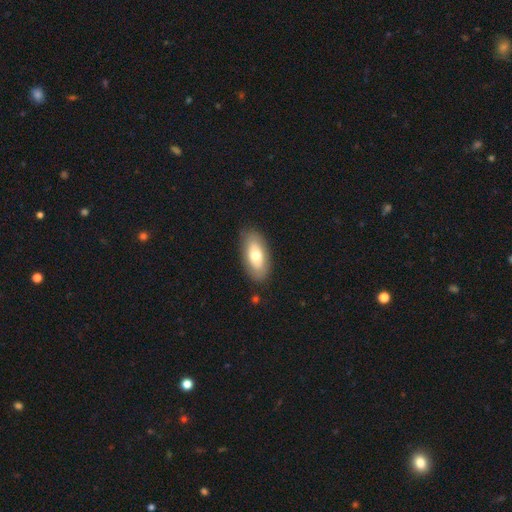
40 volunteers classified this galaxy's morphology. Volunteers were most divided on "smooth or featured": smooth: 75%, featured or disk: 22%, star or artifact: 2%. More confident: merging — none (85%); how rounded — in between (80%).